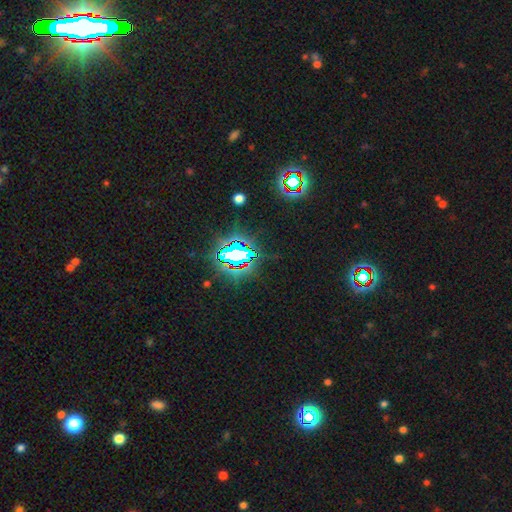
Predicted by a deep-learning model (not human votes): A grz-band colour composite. It shows a star or artifact, not a galaxy (82%).